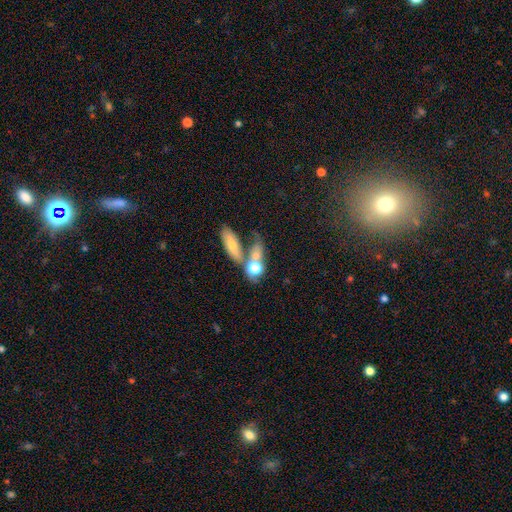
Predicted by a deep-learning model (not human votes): Smooth or featured? smooth (65%)
How rounded? in between (50%)
Merging? merger (51%)